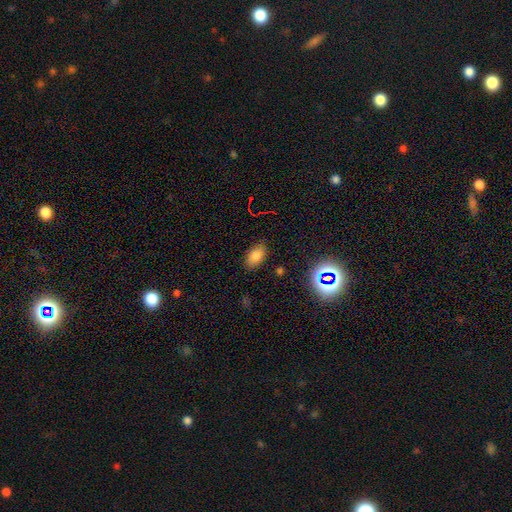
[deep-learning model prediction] Q: Smooth or featured?
A: smooth (77%); runner-up: star or artifact (14%)
Q: How rounded?
A: in between (89%); runner-up: round (9%)
Q: Merging?
A: none (84%); runner-up: minor disturbance (11%)